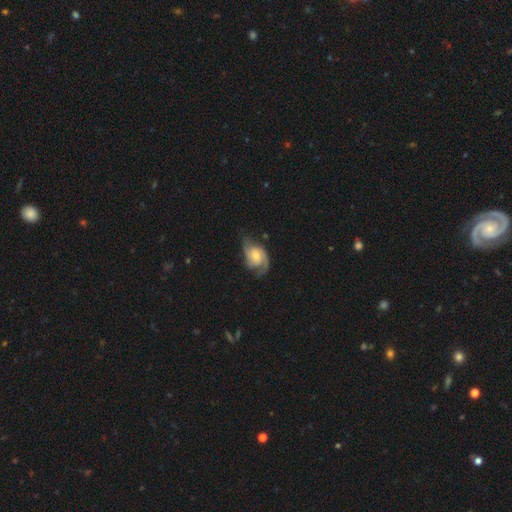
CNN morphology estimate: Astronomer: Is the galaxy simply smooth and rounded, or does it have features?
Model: featured or disk — 82%.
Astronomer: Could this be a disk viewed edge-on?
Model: no — 97%.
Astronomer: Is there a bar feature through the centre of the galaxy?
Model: no — 64%.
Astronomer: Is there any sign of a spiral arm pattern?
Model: yes — 96%.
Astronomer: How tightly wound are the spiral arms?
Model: medium — 48% (runner-up: tight, 28%).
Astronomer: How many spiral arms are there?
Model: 2 — 77%.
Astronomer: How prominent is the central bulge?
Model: moderate — 47% (runner-up: small, 44%).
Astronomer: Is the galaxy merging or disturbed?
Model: none — 62%.